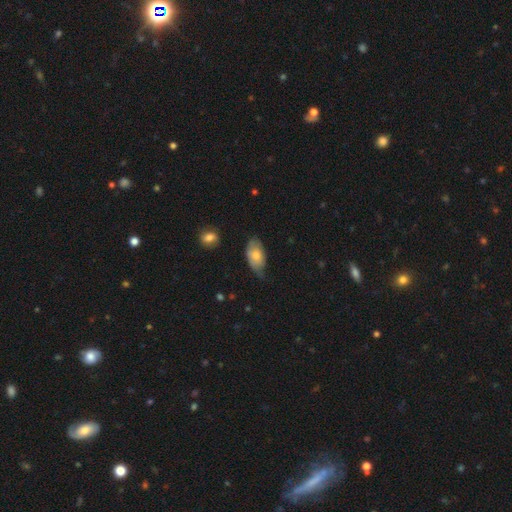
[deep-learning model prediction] A smooth galaxy with no disk features (70%) that is in between round and cigar-shaped (93%). Merging: none (45%).